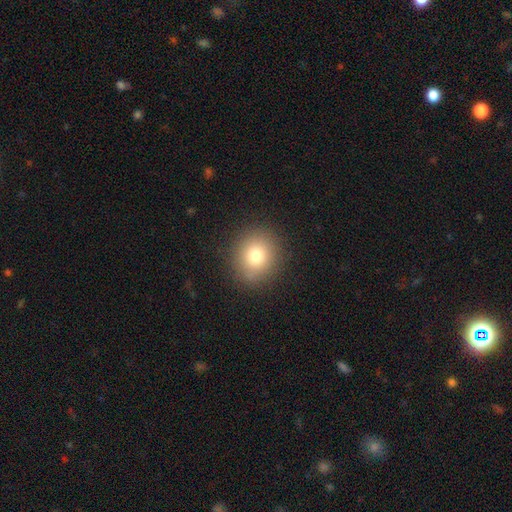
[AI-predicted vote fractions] The model was most divided on "smooth or featured": smooth: 78%, star or artifact: 12%, featured or disk: 10%. More confident: merging — none (89%); how rounded — round (85%).